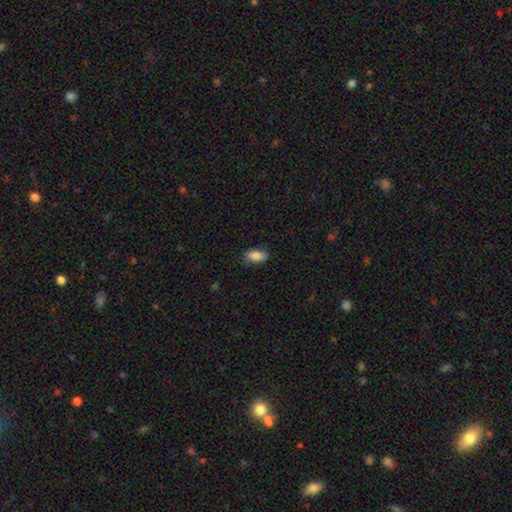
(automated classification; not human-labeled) Overall: smooth (87%). How rounded: in between (90%). Merging: none (84%).